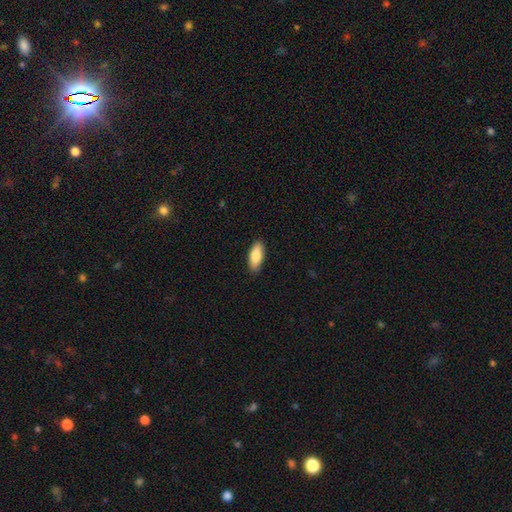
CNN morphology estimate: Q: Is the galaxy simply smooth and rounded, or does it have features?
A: smooth — 82%.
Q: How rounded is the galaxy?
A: in between — 81%.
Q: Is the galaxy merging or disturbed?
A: none — 88%.